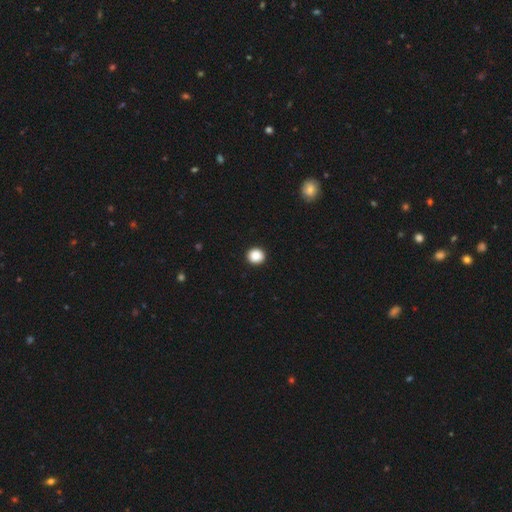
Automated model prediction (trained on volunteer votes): Q: Smooth or featured?
A: smooth (88%); runner-up: star or artifact (9%)
Q: How rounded?
A: round (92%); runner-up: in between (7%)
Q: Merging?
A: none (93%); runner-up: minor disturbance (5%)